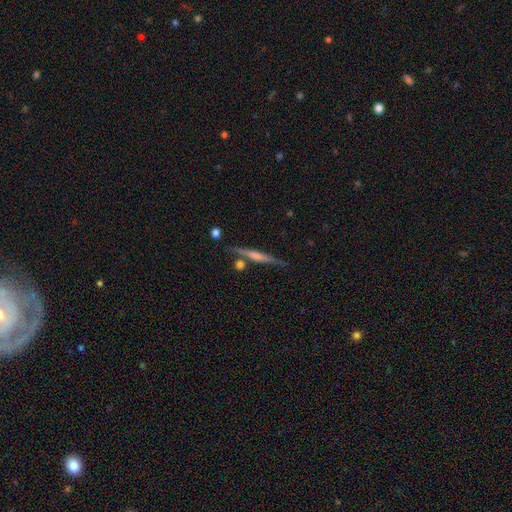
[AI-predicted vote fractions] Morphology: type=featured or disk (71%); edge-on=yes (97%); edge-on bulge=rounded (58%); merging=none (81%).